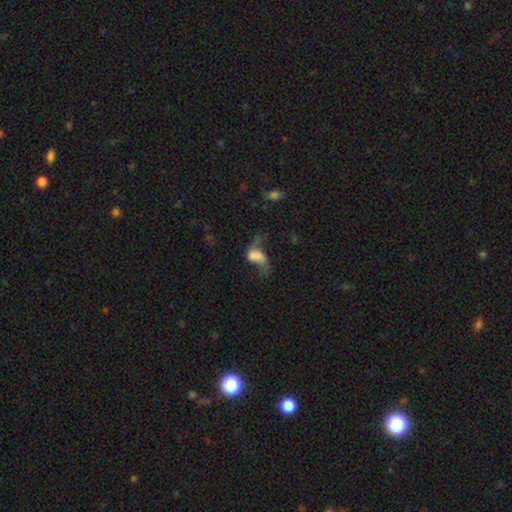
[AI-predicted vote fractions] Q: Smooth or featured?
A: smooth (45%); runner-up: featured or disk (41%)
Q: Merging?
A: major disturbance (46%); runner-up: none (22%)